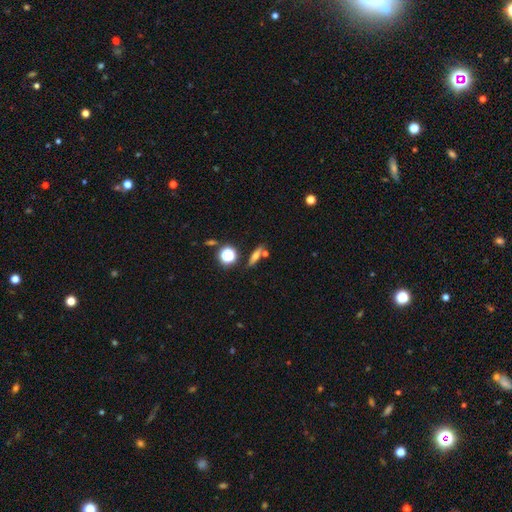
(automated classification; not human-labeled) A smooth galaxy with no disk features (46%). Merging: none (77%).